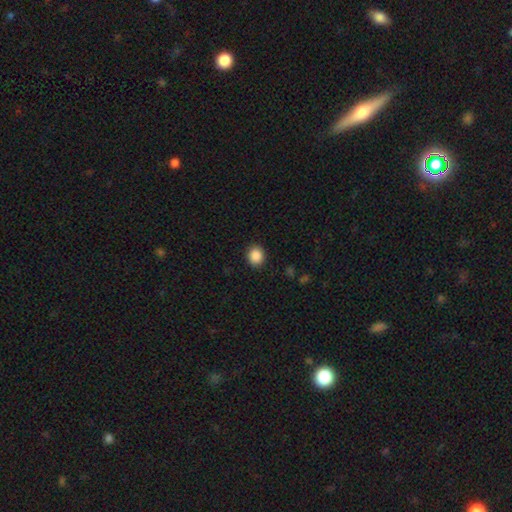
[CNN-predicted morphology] type=smooth (88%); roundness=round (77%); merging=none (90%).